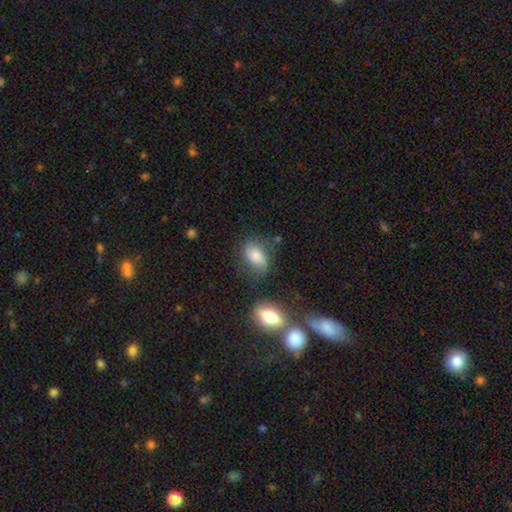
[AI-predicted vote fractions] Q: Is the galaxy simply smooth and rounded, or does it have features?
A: smooth — 73%.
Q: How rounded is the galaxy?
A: in between — 86%.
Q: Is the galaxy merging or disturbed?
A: none — 57%.